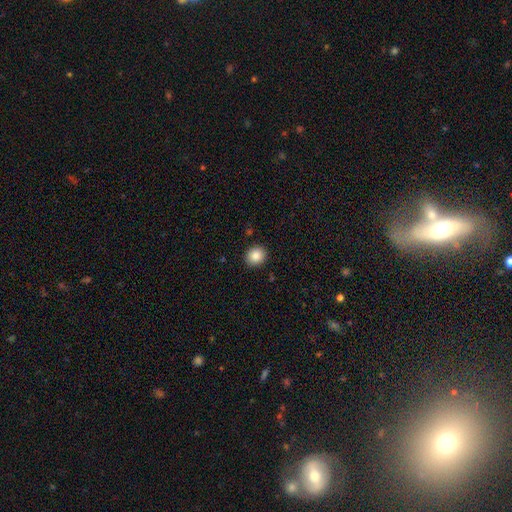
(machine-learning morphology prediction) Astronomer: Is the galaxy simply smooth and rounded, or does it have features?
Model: smooth — 87%.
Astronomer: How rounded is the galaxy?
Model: round — 81%.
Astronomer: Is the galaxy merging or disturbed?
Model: none — 91%.